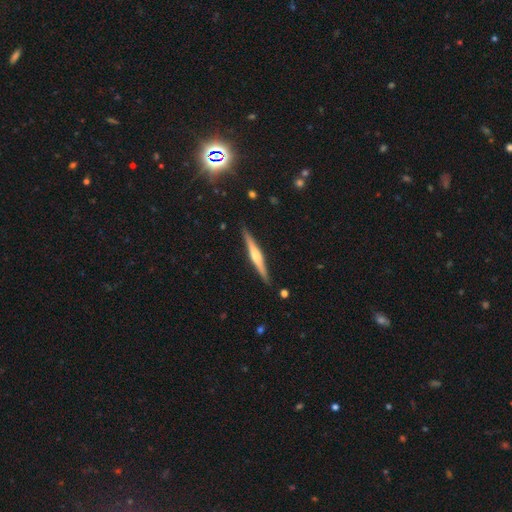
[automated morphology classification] featured or disk 70%, smooth 25%, star or artifact 5%. Down the decision tree: edge-on disk — yes (98%); edge-on bulge — rounded (80%); merging — none (90%).